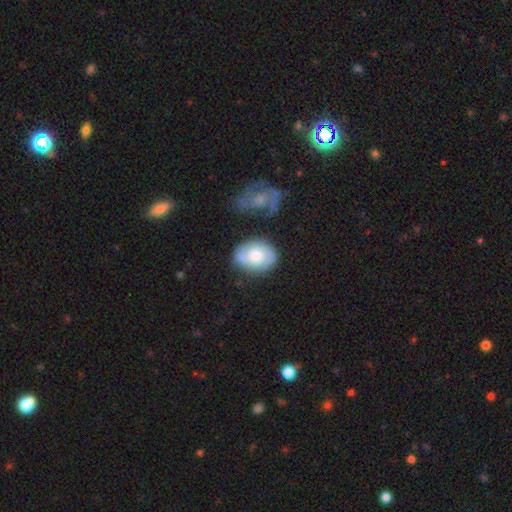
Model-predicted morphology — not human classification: Smooth or featured? featured or disk (49%)
Merging? none (65%)